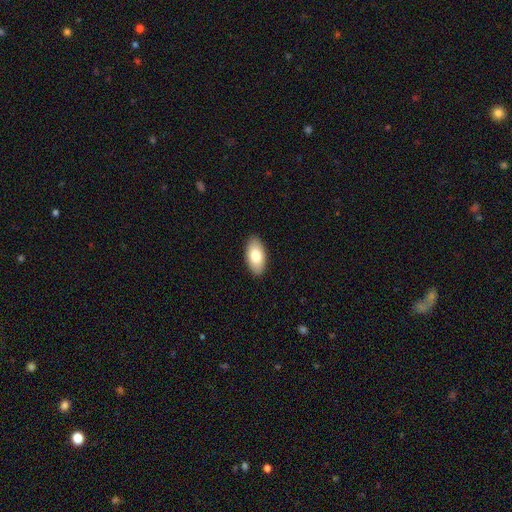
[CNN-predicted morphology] type=smooth (80%); roundness=in between (95%); merging=none (89%).